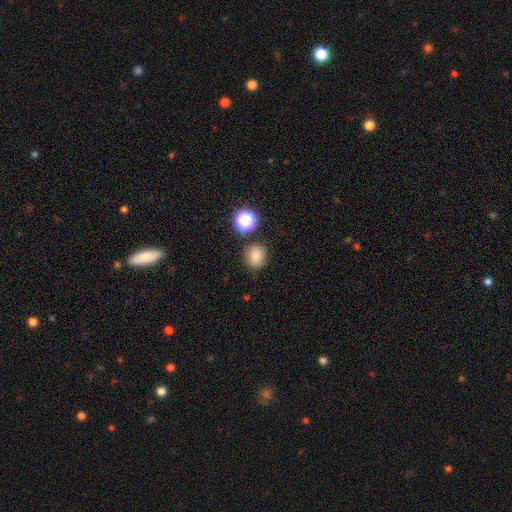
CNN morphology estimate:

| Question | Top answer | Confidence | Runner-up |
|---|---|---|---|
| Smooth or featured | smooth | 77% | star or artifact (16%) |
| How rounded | round | 73% | in between (26%) |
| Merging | none | 83% | minor disturbance (10%) |